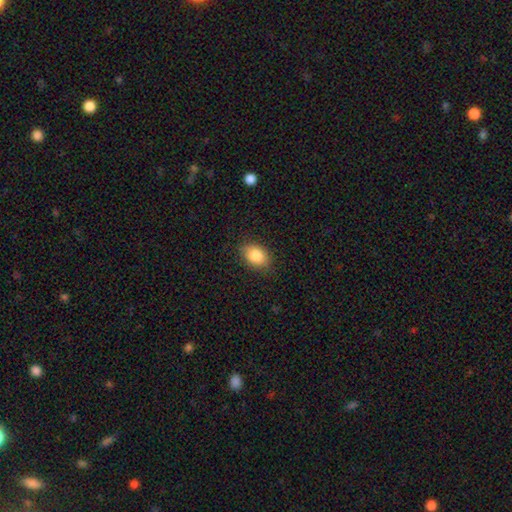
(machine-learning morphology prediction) A smooth galaxy with no disk features (85%) that is in between round and cigar-shaped (82%).

Vote fractions:
- Smooth or featured? smooth: 85% / star or artifact: 8% / featured or disk: 7%
- How rounded? in between: 82% / round: 17% / cigar-shaped: 1%
- Merging? none: 85% / minor disturbance: 11% / major disturbance: 3% / merger: 1%